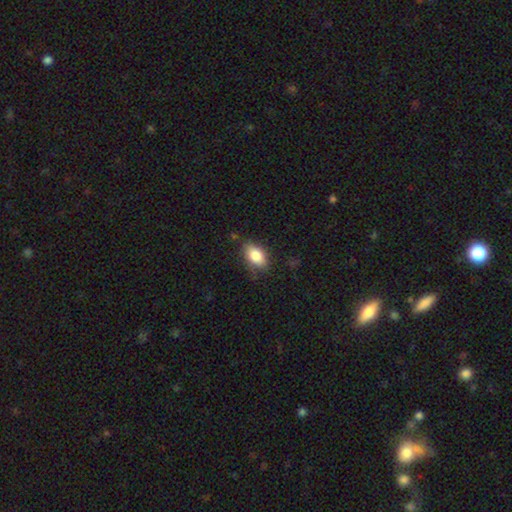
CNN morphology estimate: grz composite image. It shows a smooth galaxy with no disk features (83%) that is in between round and cigar-shaped (88%). Merging: none (72%).